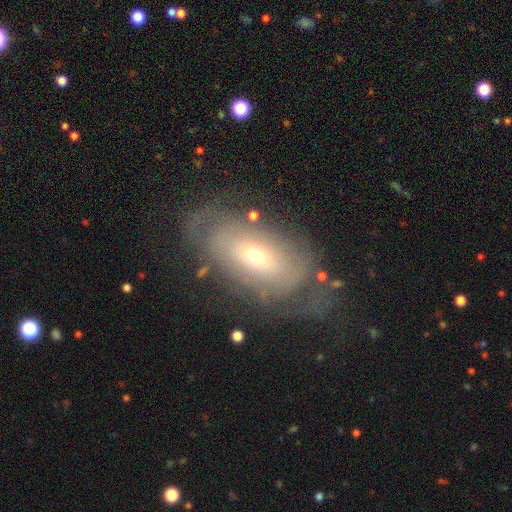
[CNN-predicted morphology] Overall: featured or disk (50%; smooth 40%). Edge-on disk: no (88%). Merging: none (53%; major disturbance 22%).